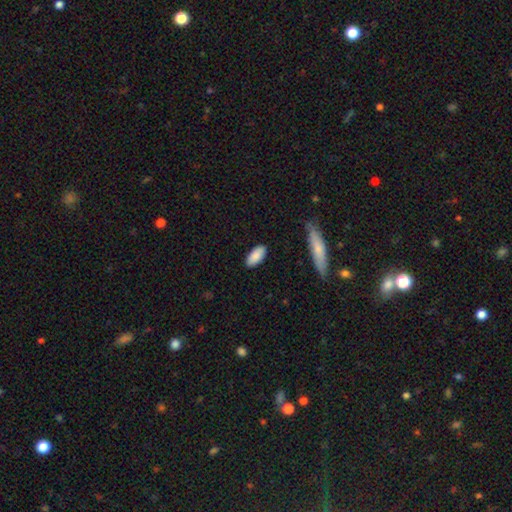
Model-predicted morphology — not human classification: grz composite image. It shows a smooth galaxy with no disk features (88%) that is in between round and cigar-shaped (89%). Merging: none (87%).